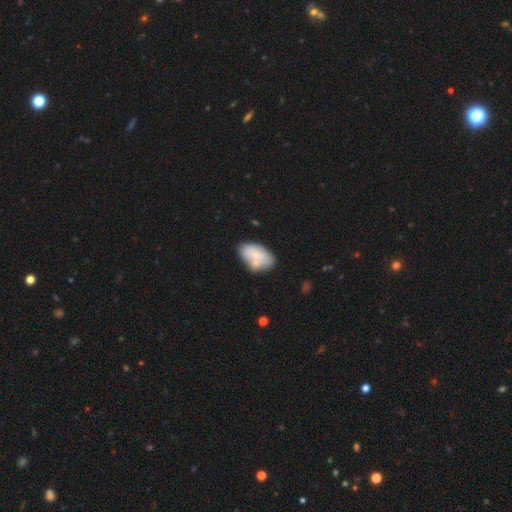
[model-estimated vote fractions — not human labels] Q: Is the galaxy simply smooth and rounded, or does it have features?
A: smooth — 69%.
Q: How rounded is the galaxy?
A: in between — 92%.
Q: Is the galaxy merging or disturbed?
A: none — 46%.